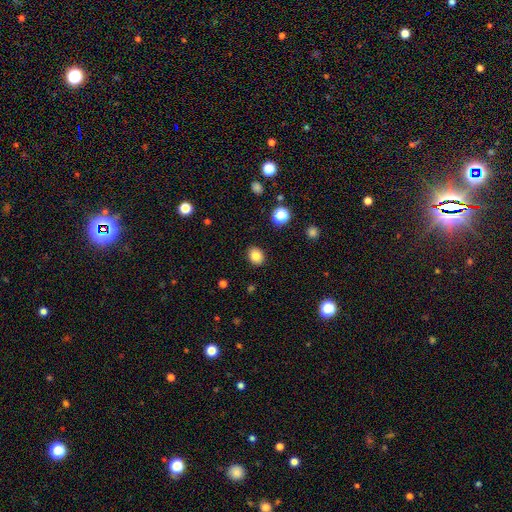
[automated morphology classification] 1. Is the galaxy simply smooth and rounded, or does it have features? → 83% smooth, 11% star or artifact, 6% featured or disk.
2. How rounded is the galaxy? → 53% round, 46% in between, 1% cigar-shaped.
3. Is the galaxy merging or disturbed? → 89% none, 7% minor disturbance, 2% major disturbance, 1% merger.